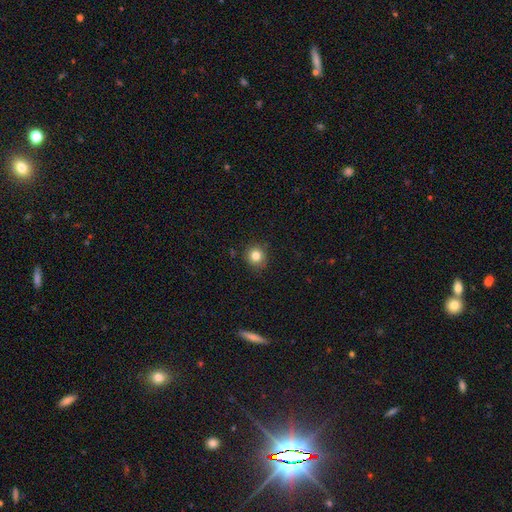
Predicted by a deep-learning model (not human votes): This is clearly a smooth galaxy (83%). How rounded: clearly round (91%). Merging: clearly none (87%).